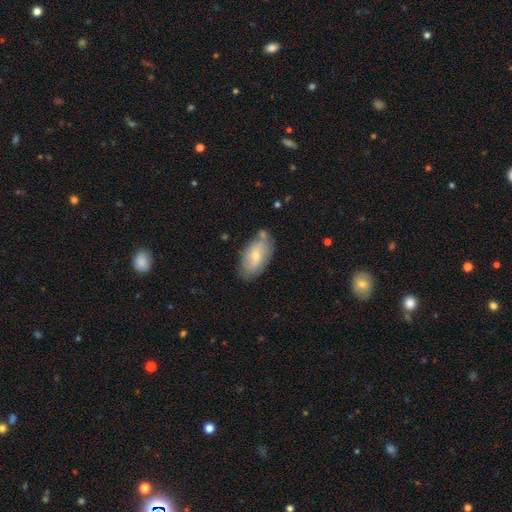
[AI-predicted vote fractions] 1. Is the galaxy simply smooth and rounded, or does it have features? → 58% smooth, 36% featured or disk, 7% star or artifact.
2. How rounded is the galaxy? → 92% in between, 4% round, 4% cigar-shaped.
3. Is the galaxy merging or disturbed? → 67% none, 20% minor disturbance, 8% merger, 5% major disturbance.